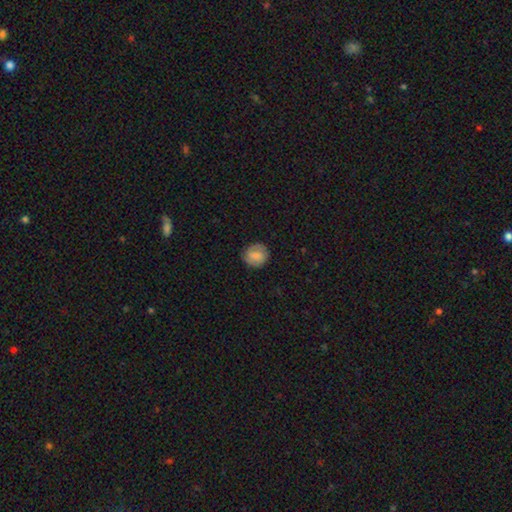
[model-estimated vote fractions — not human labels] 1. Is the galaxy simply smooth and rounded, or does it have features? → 72% smooth, 20% featured or disk, 8% star or artifact.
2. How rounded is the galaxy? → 85% round, 14% in between, 1% cigar-shaped.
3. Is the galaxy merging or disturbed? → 80% none, 15% minor disturbance, 4% major disturbance, 1% merger.